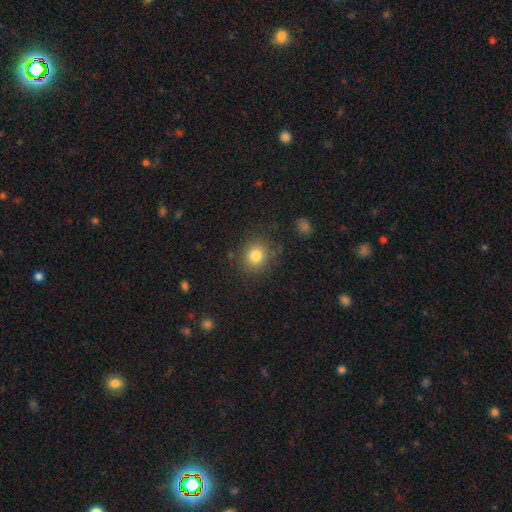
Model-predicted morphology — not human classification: This appears to be a smooth galaxy with no disk features (81%) that is round (80%). Merging: none (83%).